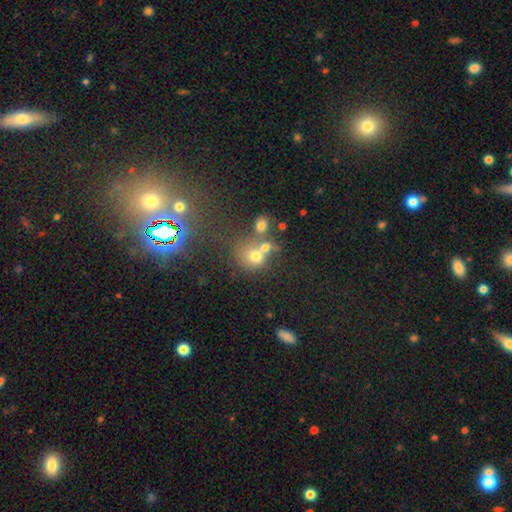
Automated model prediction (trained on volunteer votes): The model was most divided on "merging": merger: 43%, none: 39%, minor disturbance: 11%, major disturbance: 8%. More confident: how rounded — round (75%); smooth or featured — smooth (66%).